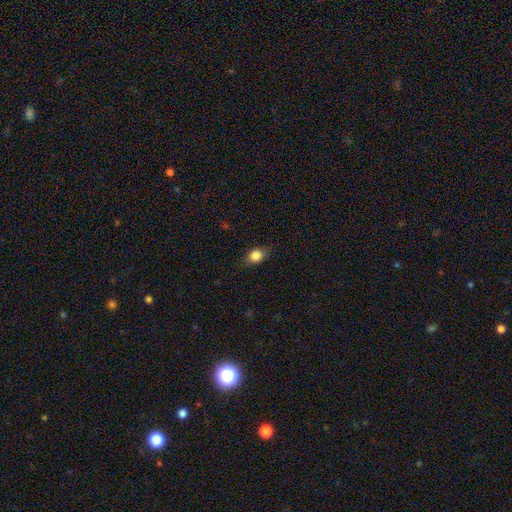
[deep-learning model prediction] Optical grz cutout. It shows a smooth galaxy with no disk features (82%) that is round (50%). Merging: none (80%).